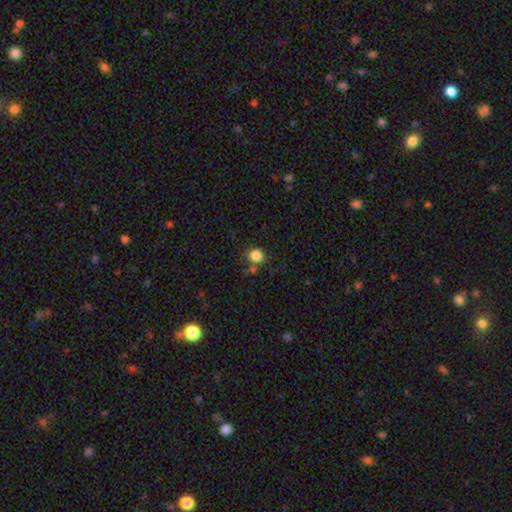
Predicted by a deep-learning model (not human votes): Overall: smooth (85%). How rounded: round (81%). Merging: none (76%).